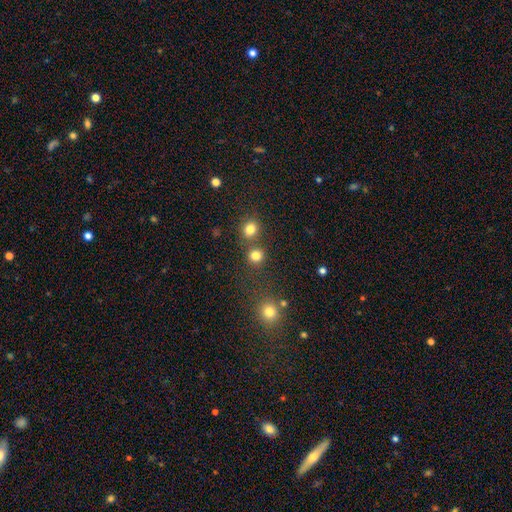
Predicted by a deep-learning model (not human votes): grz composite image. It shows a smooth galaxy with no disk features (80%) that is round (88%). Merging: none (71%).